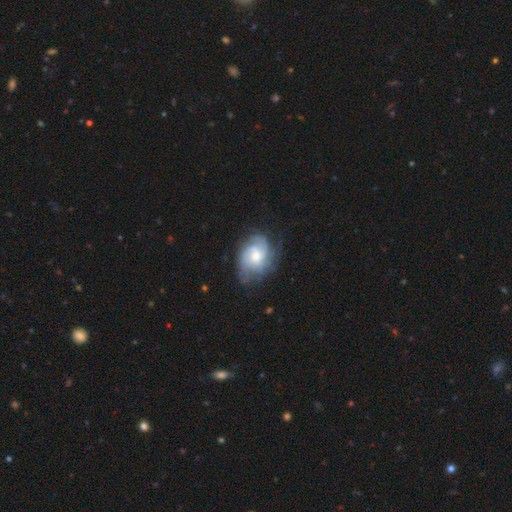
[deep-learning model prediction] A featured or disk galaxy (76%) with no bar (66%), tight (46%) spiral arms (92%) and a moderate central bulge (53%).

Vote fractions:
- Smooth or featured? featured or disk: 76% / smooth: 18% / star or artifact: 6%
- Edge-on disk? no: 97% / yes: 3%
- Bar? no: 66% / weak: 30% / strong: 4%
- Spiral arms? yes: 92% / no: 8%
- Spiral winding? tight: 46% / medium: 39% / loose: 15%
- Spiral arm count? can't tell: 36% / 3: 22% / 2: 20% / 4: 12% / 1: 5% / more than 4: 5%
- Bulge size? moderate: 53% / small: 38% / large: 6% / none: 2% / dominant: 1%
- Merging? none: 64% / minor disturbance: 22% / major disturbance: 12% / merger: 1%